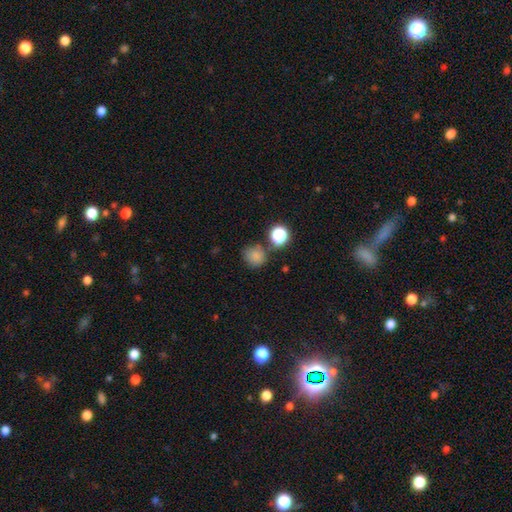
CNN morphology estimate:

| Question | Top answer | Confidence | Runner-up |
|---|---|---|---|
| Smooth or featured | smooth | 79% | star or artifact (15%) |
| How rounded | round | 85% | in between (14%) |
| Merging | none | 72% | minor disturbance (14%) |